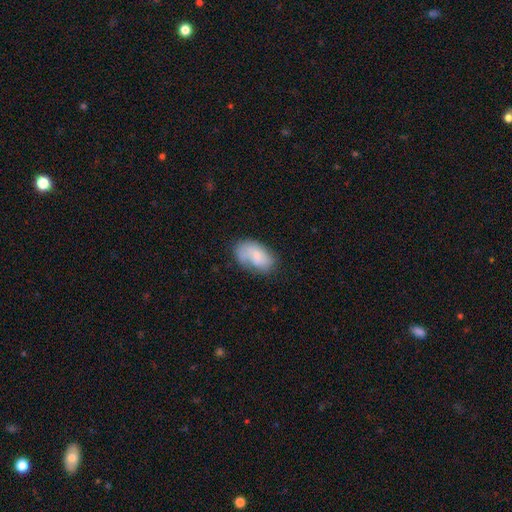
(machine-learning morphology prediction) Overall: smooth (61%; featured or disk 32%). How rounded: in between (91%). Merging: none (54%; minor disturbance 29%).